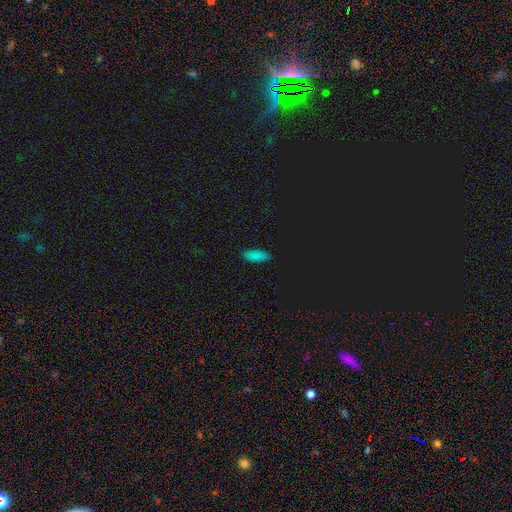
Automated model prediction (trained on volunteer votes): Smooth or featured: smooth — 81% (star or artifact — 15%)
How rounded: in between — 72% (cigar-shaped — 25%)
Merging: none — 88% (minor disturbance — 9%)